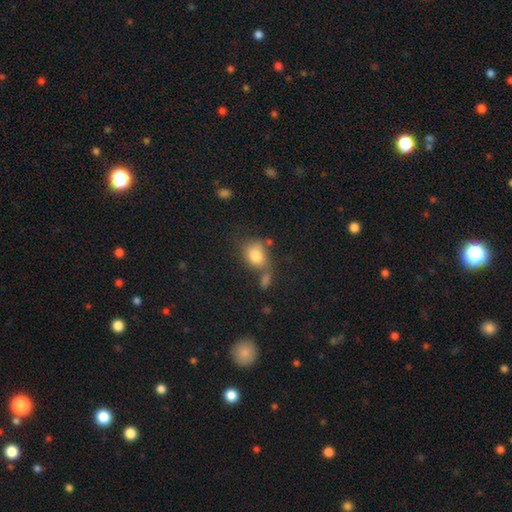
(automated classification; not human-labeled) Q: Smooth or featured?
A: smooth (80%); runner-up: featured or disk (11%)
Q: How rounded?
A: in between (58%); runner-up: round (41%)
Q: Merging?
A: none (45%); runner-up: merger (25%)